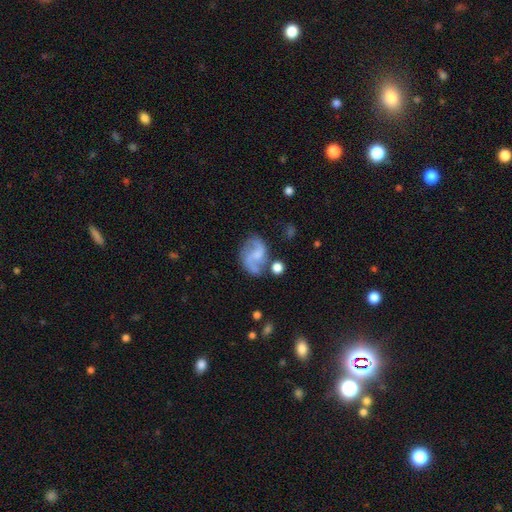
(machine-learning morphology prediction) The model was most divided on "bar": weak: 45%, no: 43%, strong: 11%. Remaining: edge-on disk — no (98%); spiral arms — yes (94%); spiral arm count — 2 (89%); smooth or featured — featured or disk (80%); merging — none (66%); spiral winding — loose (49%); bulge size — small (45%).